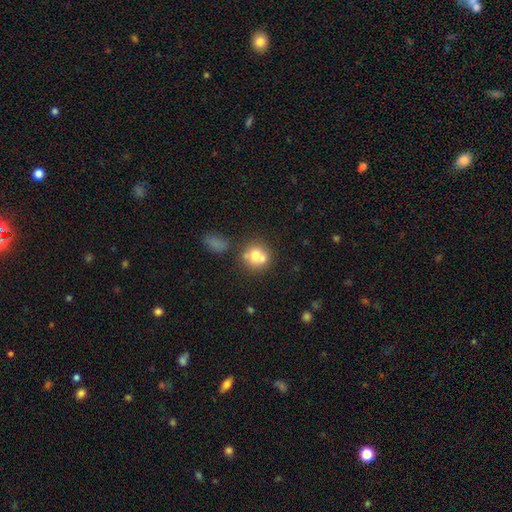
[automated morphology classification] Overall: smooth (67%). How rounded: round (82%). Merging: none (46%; merger 38%).